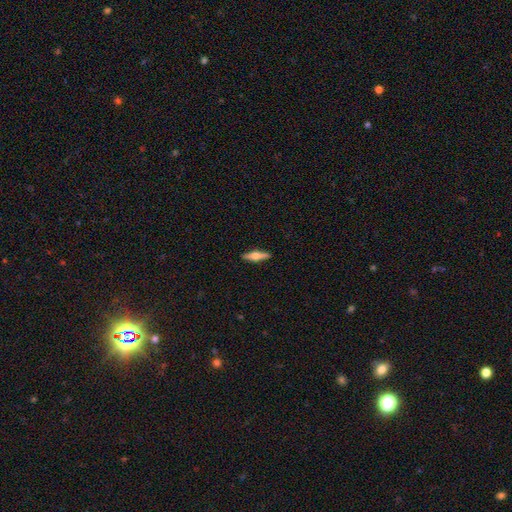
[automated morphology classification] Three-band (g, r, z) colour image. It shows a featured or disk galaxy (62%) viewed edge-on (96%) with a rounded central bulge (93%). Merging: none (90%).